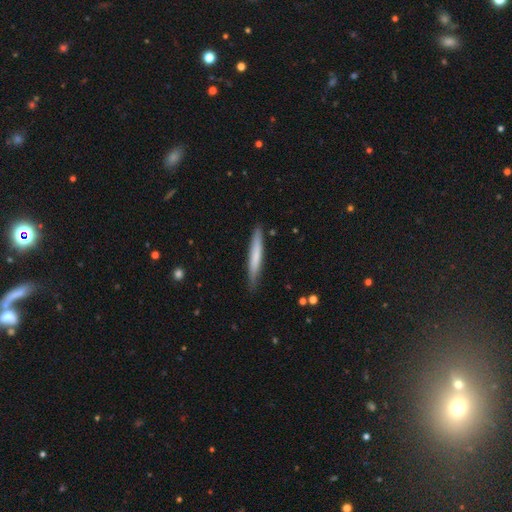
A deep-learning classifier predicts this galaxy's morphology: A smooth galaxy with no disk features (66%) that is cigar-shaped (95%).

Vote fractions:
- Smooth or featured? smooth: 66% / featured or disk: 29% / star or artifact: 5%
- How rounded? cigar-shaped: 95% / in between: 4% / round: 1%
- Merging? none: 85% / minor disturbance: 12% / major disturbance: 2% / merger: 1%